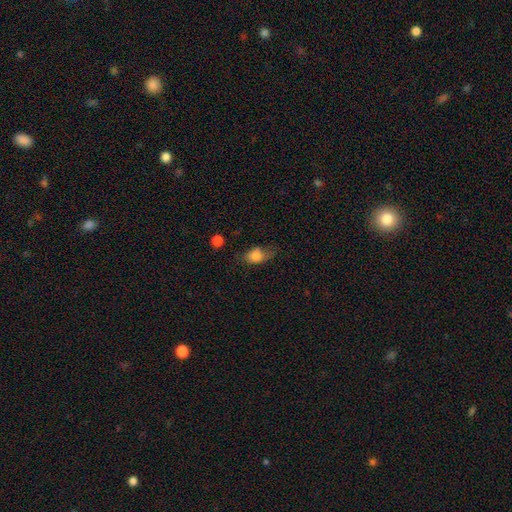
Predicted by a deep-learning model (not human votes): Smooth or featured? smooth (80%)
How rounded? in between (74%)
Merging? none (37%)